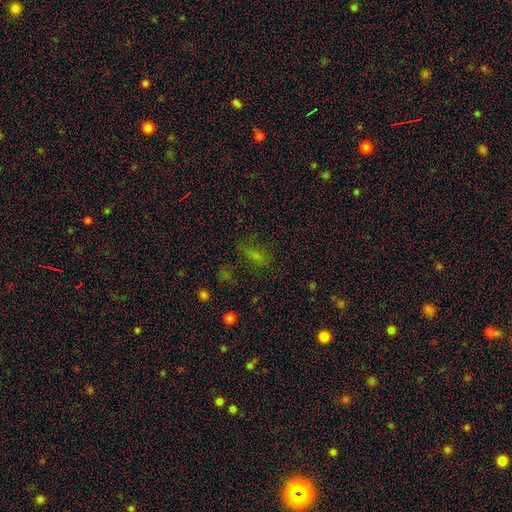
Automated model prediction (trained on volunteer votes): A smooth galaxy with no disk features (53%) that is in between round and cigar-shaped (75%).

Vote fractions:
- Smooth or featured? smooth: 53% / star or artifact: 35% / featured or disk: 11%
- How rounded? in between: 75% / round: 17% / cigar-shaped: 8%
- Merging? none: 59% / minor disturbance: 21% / major disturbance: 14% / merger: 5%